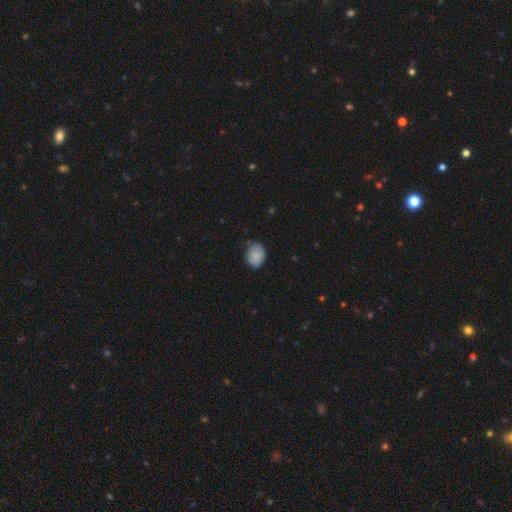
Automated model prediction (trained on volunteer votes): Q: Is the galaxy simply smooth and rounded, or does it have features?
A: smooth — 81%.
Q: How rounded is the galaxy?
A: in between — 63%.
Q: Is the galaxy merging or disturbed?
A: none — 74%.